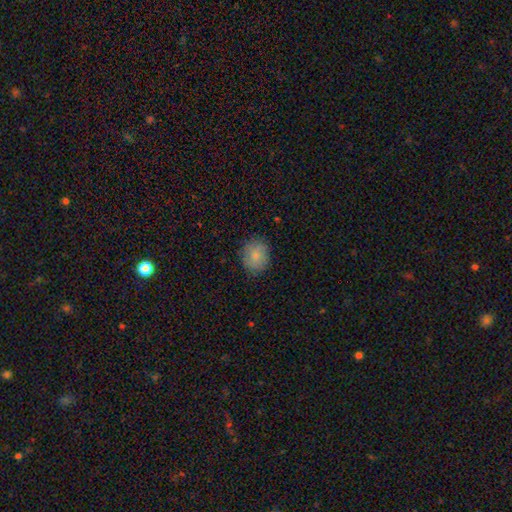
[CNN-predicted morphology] A smooth galaxy with no disk features (80%) that is round (77%).

Vote fractions:
- Smooth or featured? smooth: 80% / featured or disk: 12% / star or artifact: 7%
- How rounded? round: 77% / in between: 22% / cigar-shaped: 1%
- Merging? none: 83% / minor disturbance: 13% / major disturbance: 3% / merger: 1%